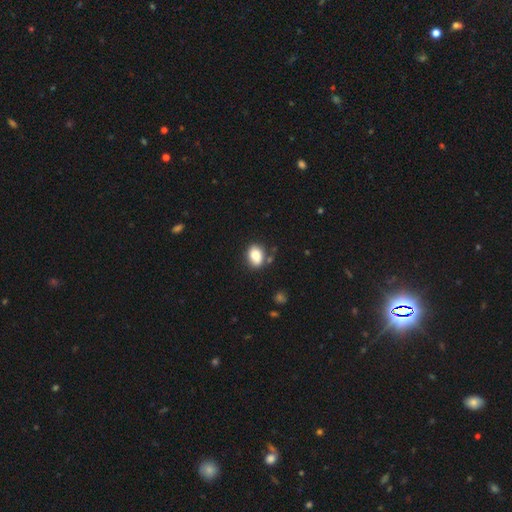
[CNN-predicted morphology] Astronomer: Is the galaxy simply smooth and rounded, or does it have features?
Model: smooth — 87%.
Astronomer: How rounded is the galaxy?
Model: in between — 74%.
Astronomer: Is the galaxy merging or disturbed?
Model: none — 75%.